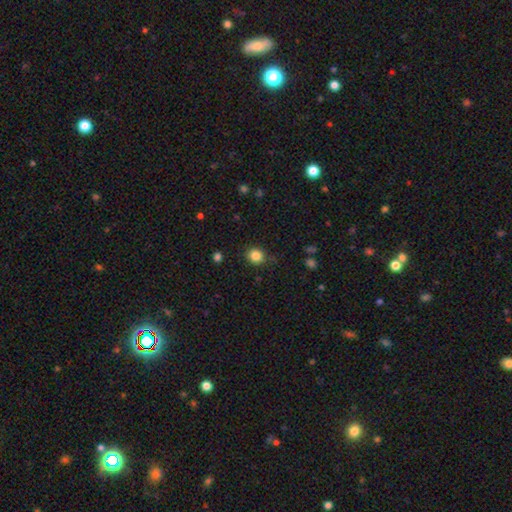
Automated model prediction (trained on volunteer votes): This is clearly a smooth galaxy (84%). How rounded: clearly round (82%). Merging: clearly none (84%).